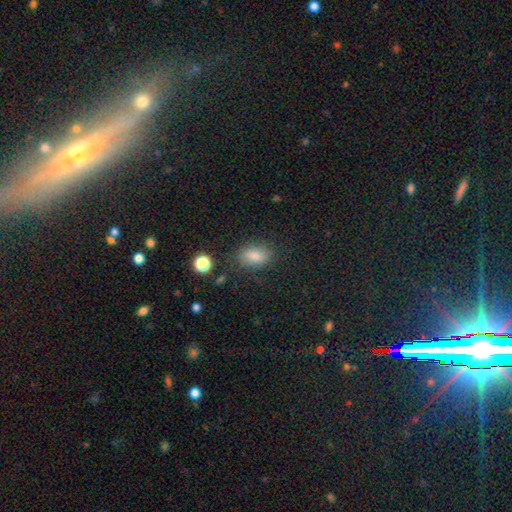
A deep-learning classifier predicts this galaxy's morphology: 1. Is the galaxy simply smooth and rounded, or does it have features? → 83% smooth, 11% star or artifact, 6% featured or disk.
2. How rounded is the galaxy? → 86% in between, 12% round, 3% cigar-shaped.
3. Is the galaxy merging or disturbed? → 79% none, 14% minor disturbance, 4% major disturbance, 3% merger.